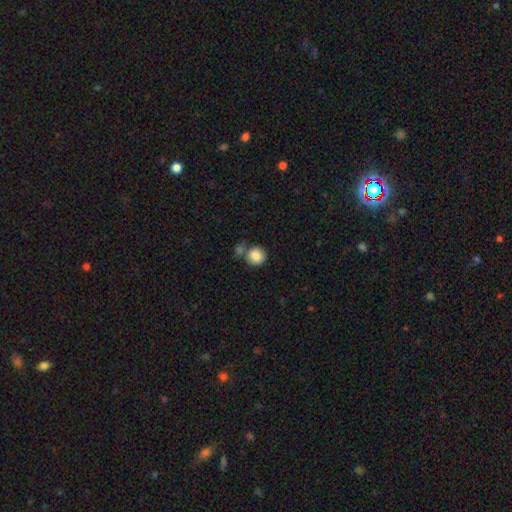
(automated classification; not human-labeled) The model was most divided on "merging": none: 61%, merger: 24%, minor disturbance: 11%, major disturbance: 4%. More confident: how rounded — round (88%); smooth or featured — smooth (87%).